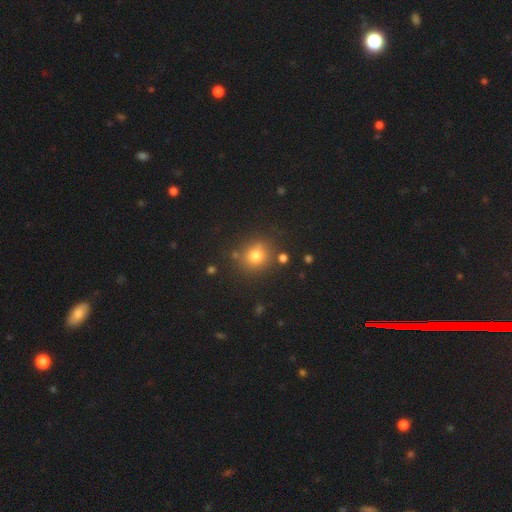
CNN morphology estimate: Smooth or featured? smooth (76%)
How rounded? round (86%)
Merging? none (80%)